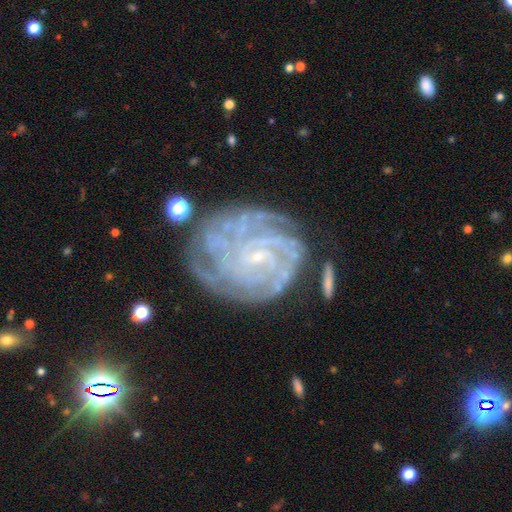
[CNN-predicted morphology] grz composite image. It shows a featured or disk galaxy (87%) with no bar (61%), tight (81%) spiral arms (96%) and a small central bulge (86%). Merging: none (65%).